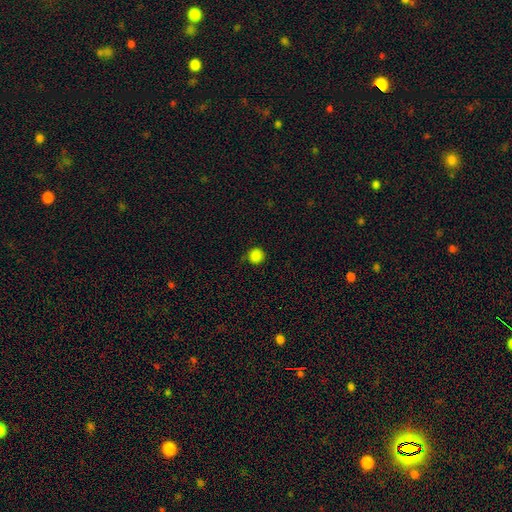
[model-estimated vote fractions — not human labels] Smooth or featured? smooth (85%)
How rounded? round (94%)
Merging? none (82%)